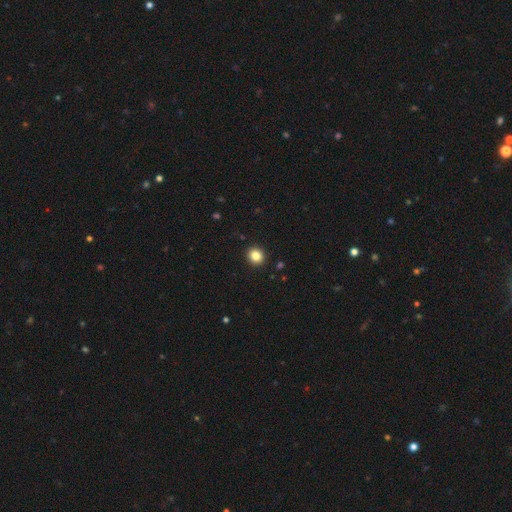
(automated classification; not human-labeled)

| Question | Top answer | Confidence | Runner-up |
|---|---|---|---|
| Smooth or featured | smooth | 84% | star or artifact (11%) |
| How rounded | round | 84% | in between (15%) |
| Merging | none | 93% | minor disturbance (5%) |